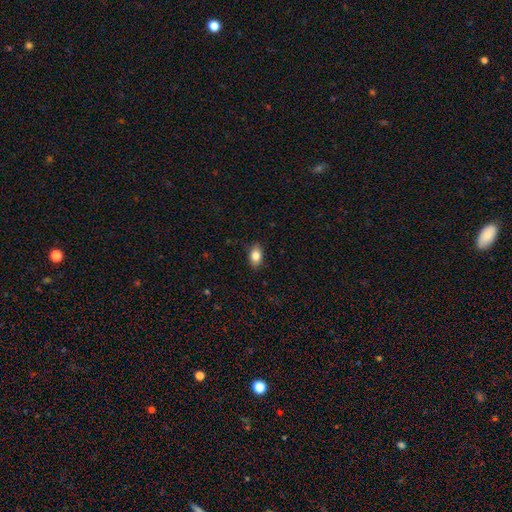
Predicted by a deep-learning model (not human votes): Smooth or featured? Predicted: smooth (p=0.84). How rounded? Predicted: in between (p=0.86). Merging? Predicted: none (p=0.87).